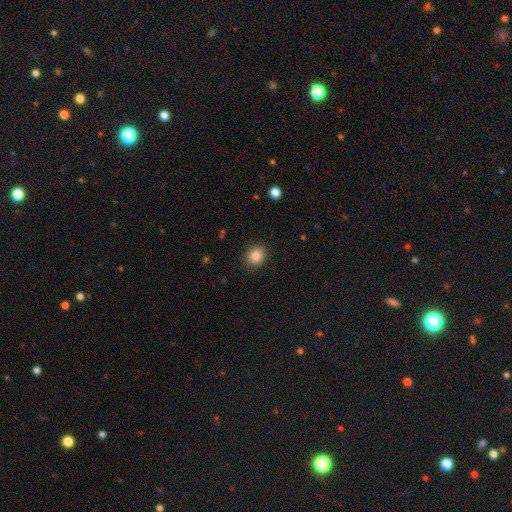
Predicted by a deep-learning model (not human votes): Smooth or featured? smooth (86%)
How rounded? round (74%)
Merging? none (89%)